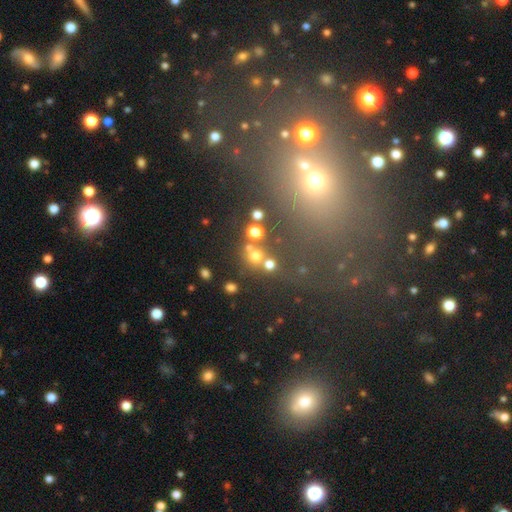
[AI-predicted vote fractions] Smooth or featured? Predicted: smooth (p=0.65). How rounded? Predicted: round (p=0.87). Merging? Predicted: none (p=0.64).